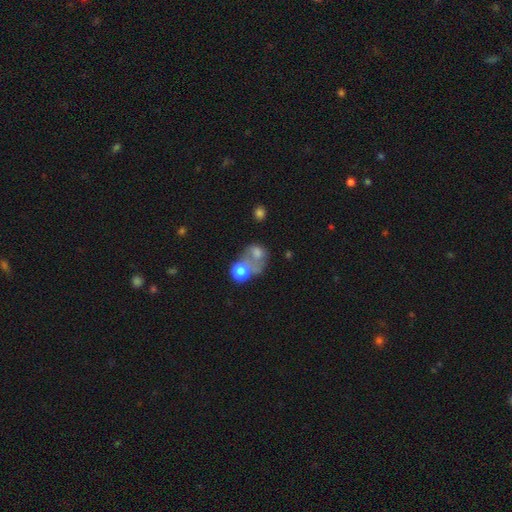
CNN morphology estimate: The model was most divided on "how rounded": round: 55%, in between: 44%, cigar-shaped: 1%. Remaining: smooth or featured — smooth (62%); merging — merger (46%).